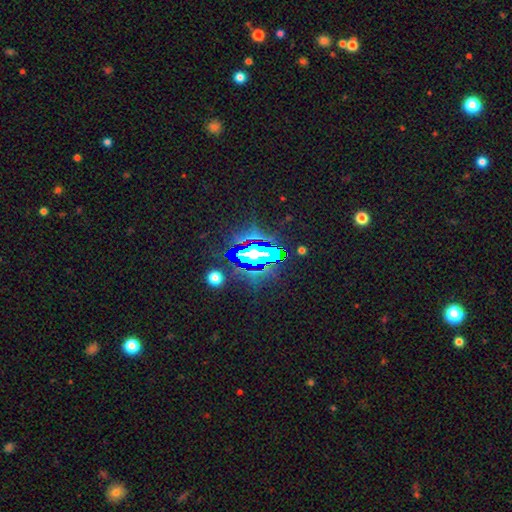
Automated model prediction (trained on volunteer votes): Smooth or featured?
  - star or artifact: 82% *
  - smooth: 10%
  - featured or disk: 8%